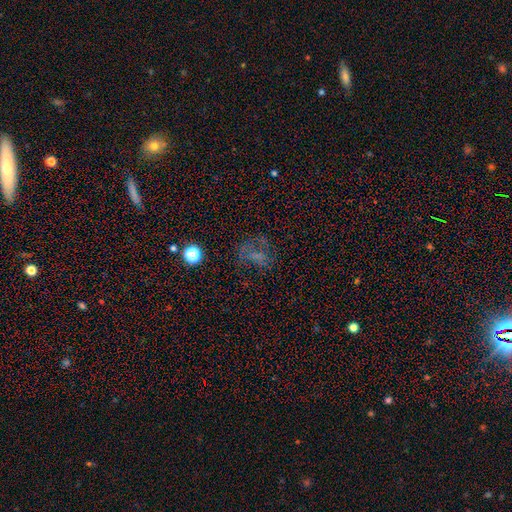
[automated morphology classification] Smooth or featured?
  - star or artifact: 37% *
  - smooth: 36%
  - featured or disk: 26%